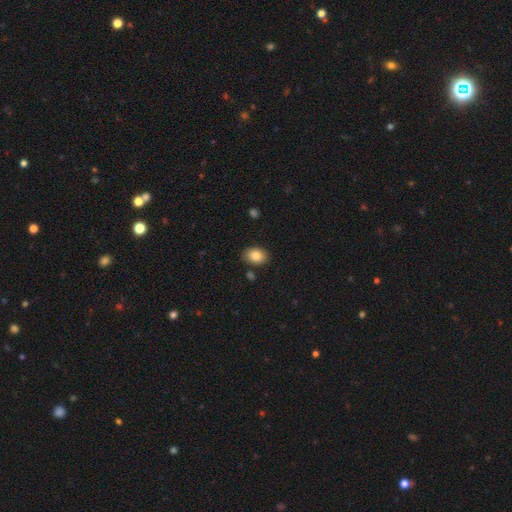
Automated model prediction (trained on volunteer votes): smooth 86%, star or artifact 8%, featured or disk 6%. Down the decision tree: how rounded — in between (76%); merging — none (83%).